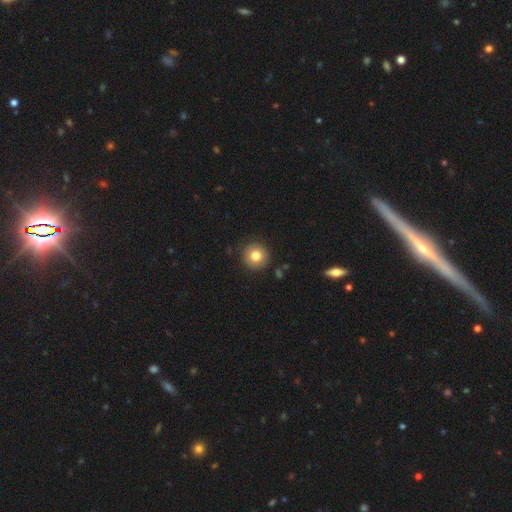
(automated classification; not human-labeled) This appears to be a smooth galaxy with no disk features (80%) that is round (94%). Merging: none (88%).